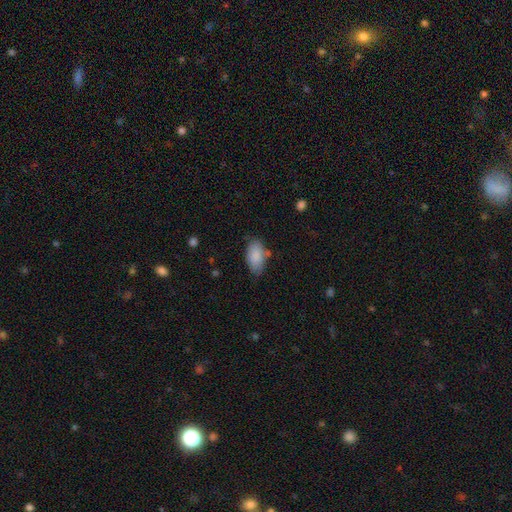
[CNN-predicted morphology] This is clearly a smooth galaxy (87%). How rounded: clearly in between (93%). Merging: likely none (66%).